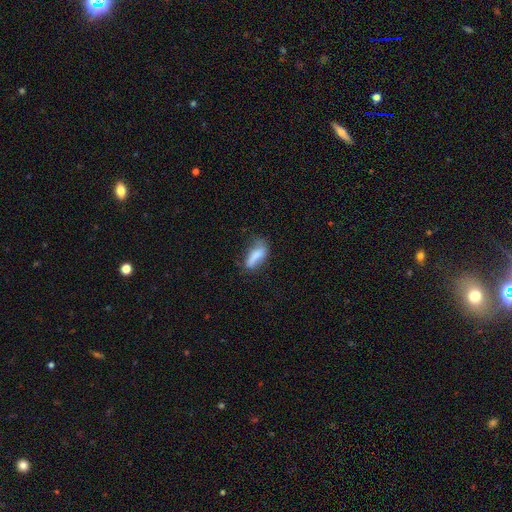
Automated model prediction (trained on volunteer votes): This appears to be a smooth galaxy with no disk features (74%) that is in between round and cigar-shaped (67%). Merging: none (43%).